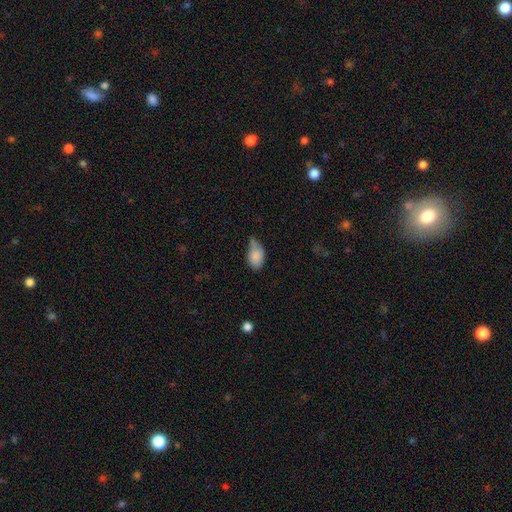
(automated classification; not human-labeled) smooth 83%, featured or disk 9%, star or artifact 8%. Down the decision tree: how rounded — in between (88%); merging — minor disturbance (46%).